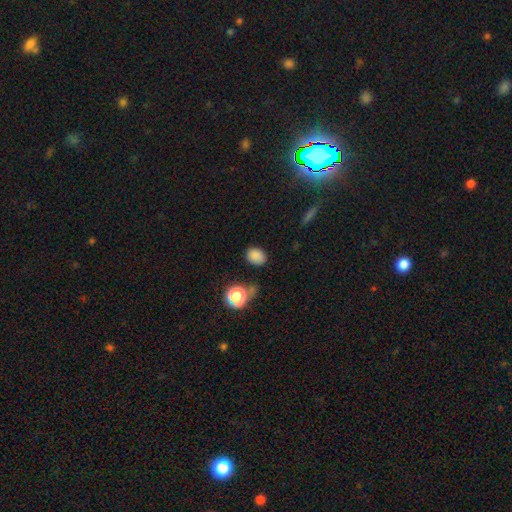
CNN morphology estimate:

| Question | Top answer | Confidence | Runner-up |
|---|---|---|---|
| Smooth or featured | smooth | 83% | star or artifact (12%) |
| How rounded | in between | 57% | round (42%) |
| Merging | none | 77% | minor disturbance (14%) |